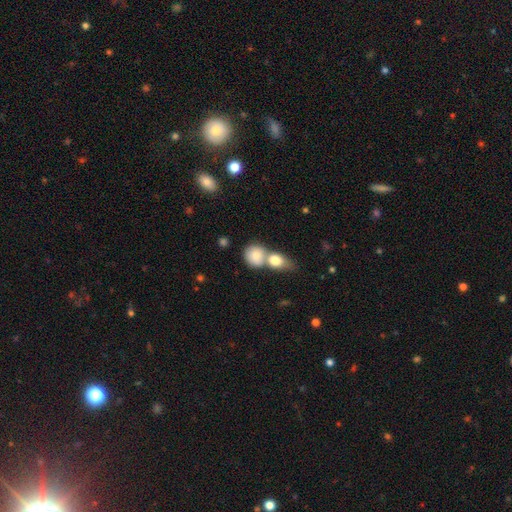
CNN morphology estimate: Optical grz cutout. It shows a smooth galaxy with no disk features (81%) that is round (72%). Merging: merger (61%).